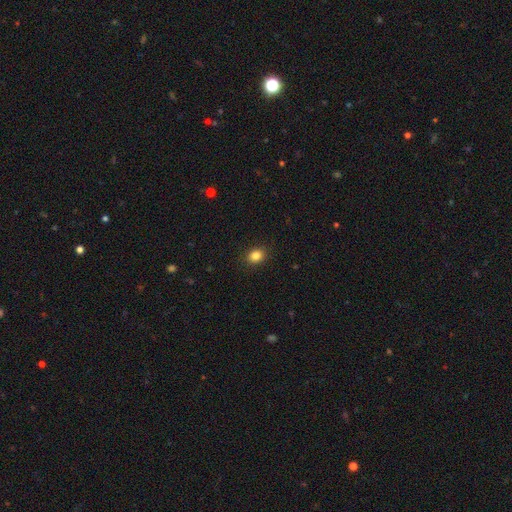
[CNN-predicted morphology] Overall: smooth (84%). How rounded: round (56%; in between 43%). Merging: none (90%).